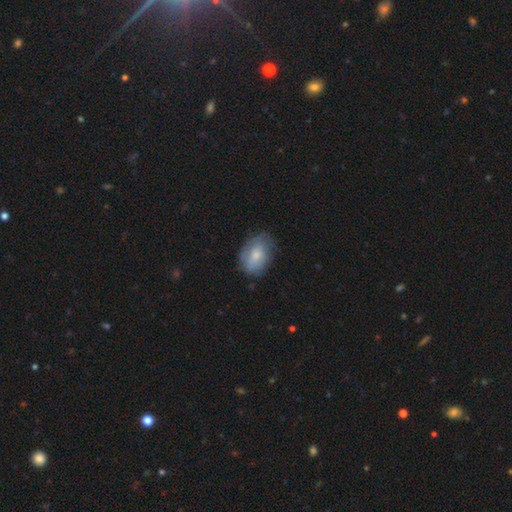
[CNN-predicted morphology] smooth_or_featured: smooth (p=0.66) [alt: featured or disk p=0.26]
how_rounded: in between (p=0.82) [alt: round p=0.16]
merging: none (p=0.66) [alt: minor disturbance p=0.25]